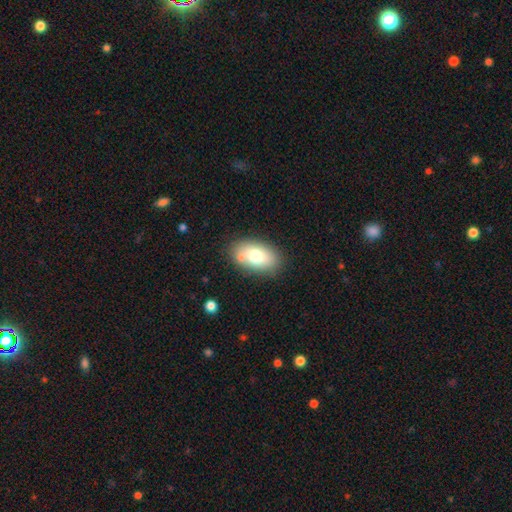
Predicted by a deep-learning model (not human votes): This appears to be a smooth galaxy with no disk features (73%) that is in between round and cigar-shaped (91%). Merging: none (77%).